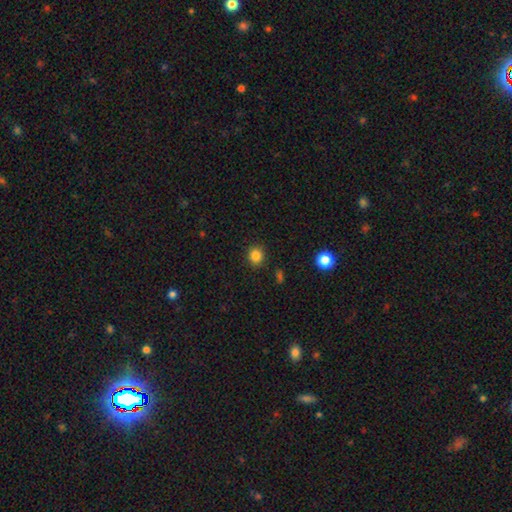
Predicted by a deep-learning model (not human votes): A smooth galaxy with no disk features (84%) that is round (86%).

Vote fractions:
- Smooth or featured? smooth: 84% / star or artifact: 12% / featured or disk: 5%
- How rounded? round: 86% / in between: 13% / cigar-shaped: 1%
- Merging? none: 90% / minor disturbance: 7% / major disturbance: 2% / merger: 1%